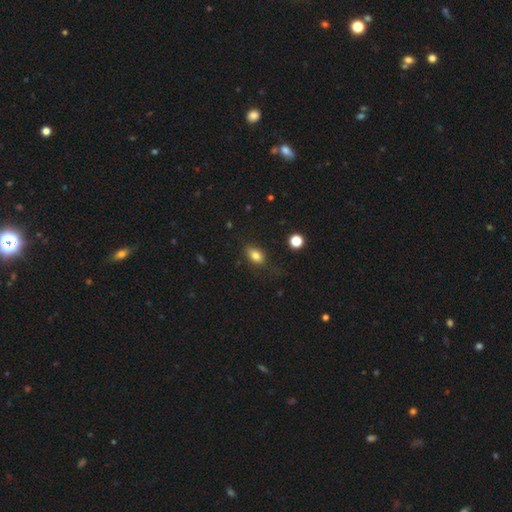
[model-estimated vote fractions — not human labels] This appears to be a smooth galaxy with no disk features (80%) that is in between round and cigar-shaped (82%). Merging: none (70%).